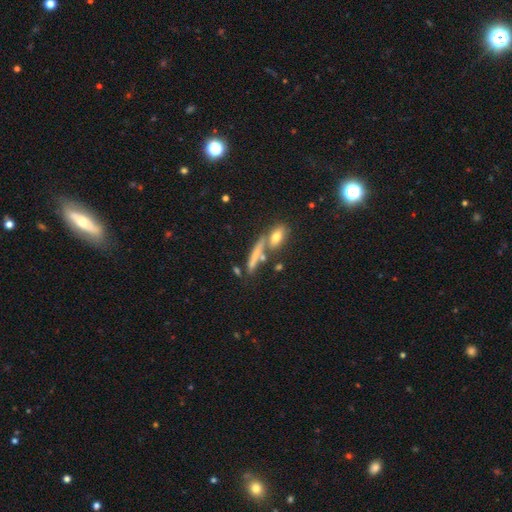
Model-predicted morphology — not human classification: A smooth galaxy with no disk features (60%) that is cigar-shaped (76%).

Vote fractions:
- Smooth or featured? smooth: 60% / featured or disk: 29% / star or artifact: 11%
- How rounded? cigar-shaped: 76% / in between: 19% / round: 5%
- Merging? none: 54% / merger: 26% / minor disturbance: 14% / major disturbance: 6%